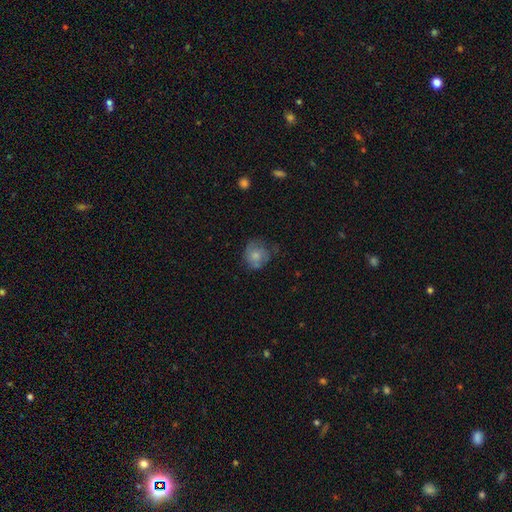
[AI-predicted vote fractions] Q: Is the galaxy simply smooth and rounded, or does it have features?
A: smooth — 67%.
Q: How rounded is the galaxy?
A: round — 75%.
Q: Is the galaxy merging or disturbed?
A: none — 52%.